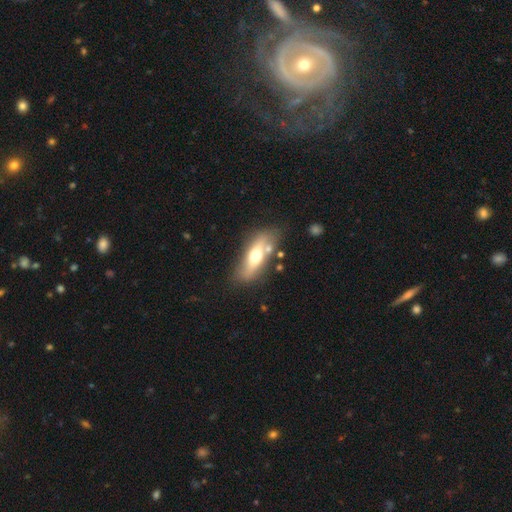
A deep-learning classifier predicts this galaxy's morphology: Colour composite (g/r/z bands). It shows a smooth galaxy with no disk features (49%). Merging: none (69%).